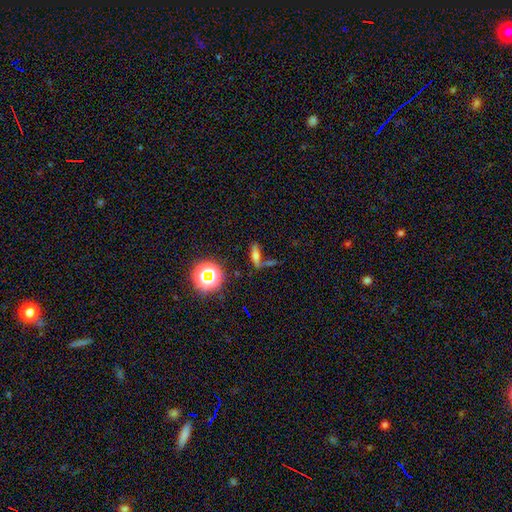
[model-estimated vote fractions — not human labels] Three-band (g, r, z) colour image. It shows a smooth galaxy with no disk features (48%). Merging: none (55%).